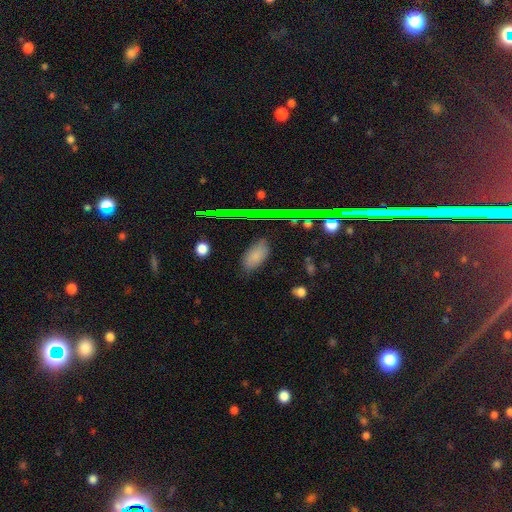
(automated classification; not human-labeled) This is likely a smooth galaxy (79%). How rounded: clearly in between (92%). Merging: likely none (79%).